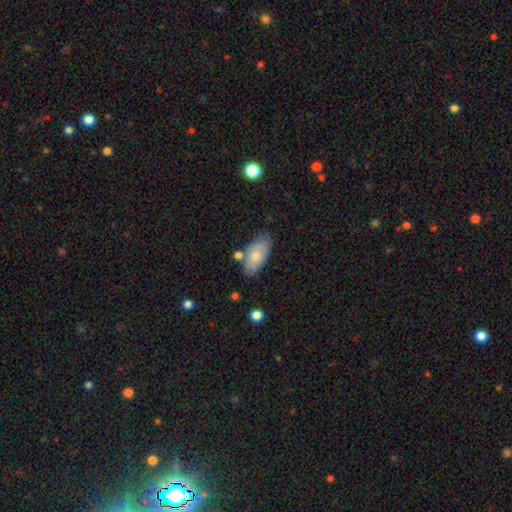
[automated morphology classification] type=smooth (75%); roundness=in between (92%); merging=none (68%).